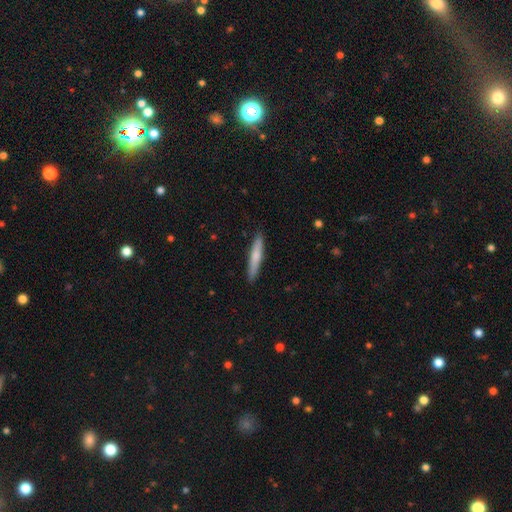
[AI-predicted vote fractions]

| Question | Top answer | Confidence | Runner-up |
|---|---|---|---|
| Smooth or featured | smooth | 66% | featured or disk (29%) |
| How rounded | cigar-shaped | 93% | in between (6%) |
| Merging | none | 90% | minor disturbance (7%) |